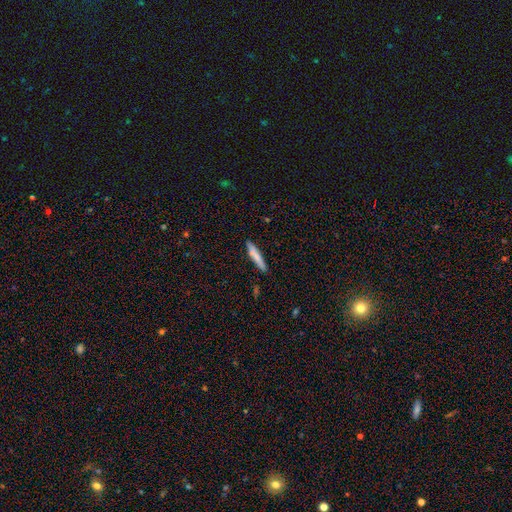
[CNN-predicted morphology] This appears to be a smooth galaxy with no disk features (75%) that is cigar-shaped (91%). Merging: none (88%).